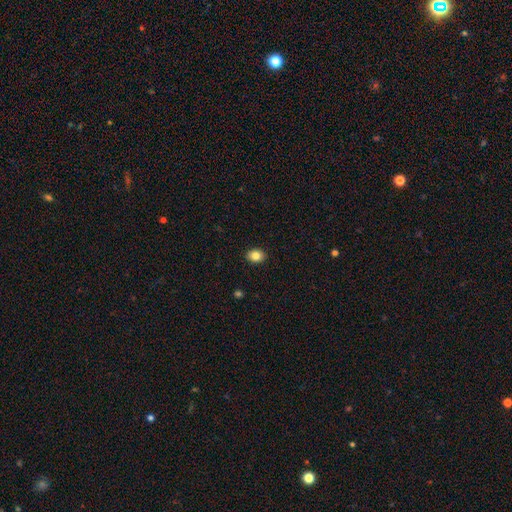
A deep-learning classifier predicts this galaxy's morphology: A smooth galaxy with no disk features (83%) that is in between round and cigar-shaped (57%).

Vote fractions:
- Smooth or featured? smooth: 83% / star or artifact: 9% / featured or disk: 7%
- How rounded? in between: 57% / round: 42% / cigar-shaped: 1%
- Merging? none: 91% / minor disturbance: 7% / major disturbance: 2% / merger: 1%